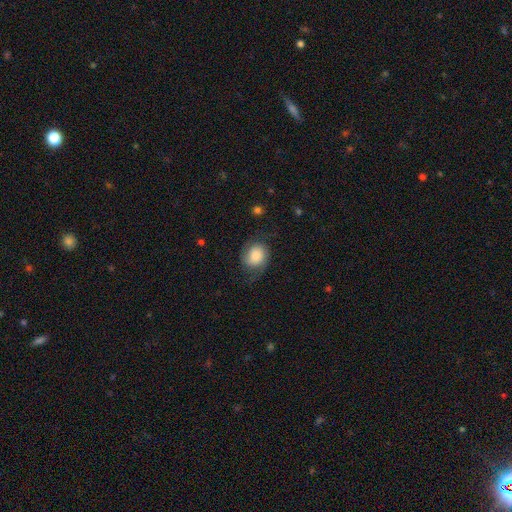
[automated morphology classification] This is possibly a smooth galaxy (54%). How rounded: possibly round (58%). Merging: likely none (64%).